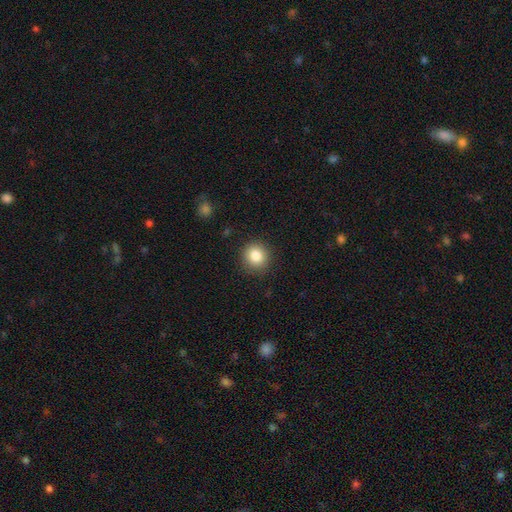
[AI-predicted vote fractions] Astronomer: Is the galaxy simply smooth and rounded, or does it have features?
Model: smooth — 84%.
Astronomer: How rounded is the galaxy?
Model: round — 90%.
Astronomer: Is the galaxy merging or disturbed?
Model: none — 89%.